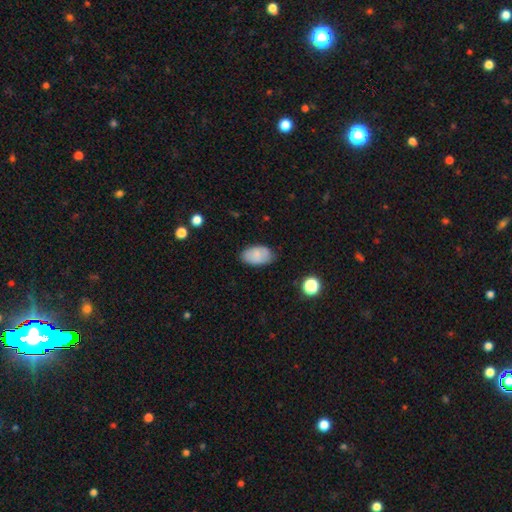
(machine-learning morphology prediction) This appears to be a smooth galaxy with no disk features (78%) that is in between round and cigar-shaped (93%). Merging: none (75%).